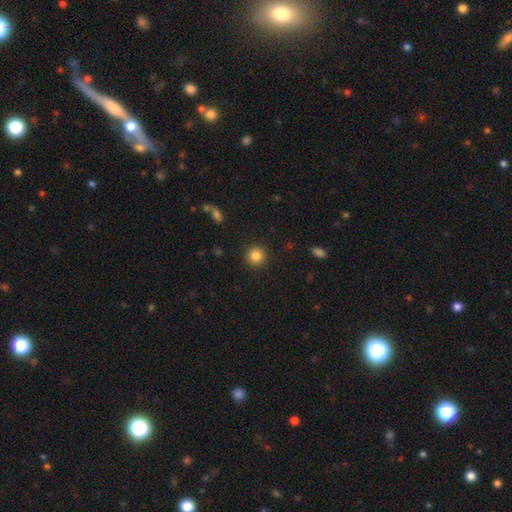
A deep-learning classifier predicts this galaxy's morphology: A smooth galaxy with no disk features (84%) that is round (94%). Merging: none (91%).